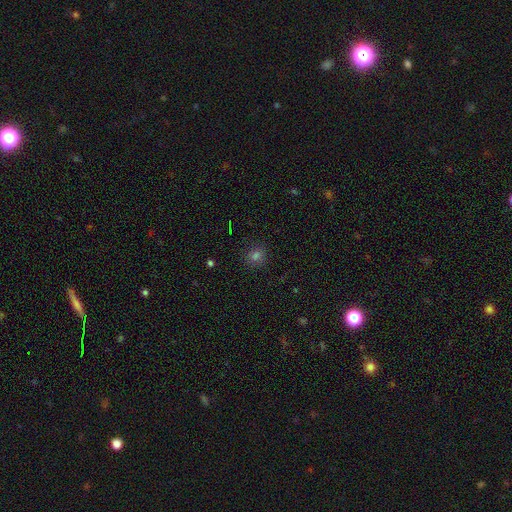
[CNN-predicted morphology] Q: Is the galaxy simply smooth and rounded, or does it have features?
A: smooth — 73%.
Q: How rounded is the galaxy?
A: round — 73%.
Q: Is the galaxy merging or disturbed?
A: none — 87%.